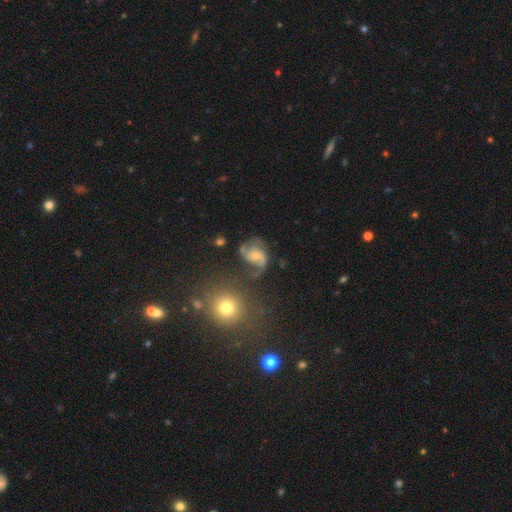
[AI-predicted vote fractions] Smooth or featured: featured or disk — 79% (smooth — 13%)
Edge-on disk: no — 98% (yes — 2%)
Bar: no — 58% (weak — 34%)
Spiral arms: yes — 94% (no — 6%)
Spiral winding: medium — 48% (loose — 38%)
Spiral arm count: 2 — 73% (3 — 10%)
Bulge size: small — 50% (moderate — 43%)
Merging: none — 51% (minor disturbance — 21%)